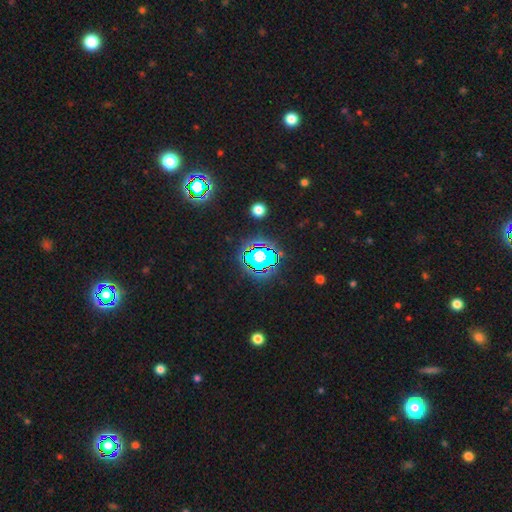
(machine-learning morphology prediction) Overall: star or artifact (81%).